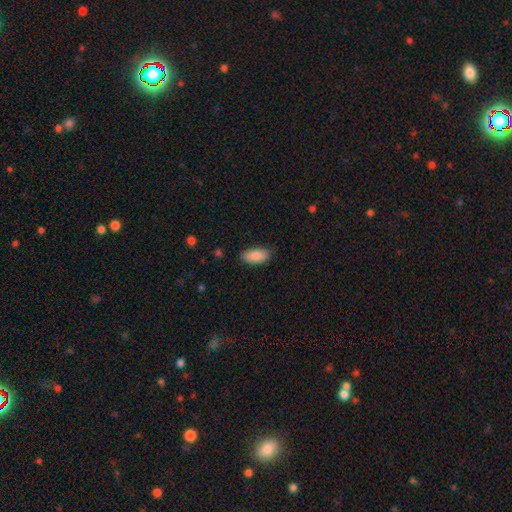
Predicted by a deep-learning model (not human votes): Smooth or featured? Predicted: smooth (p=0.89). How rounded? Predicted: in between (p=0.90). Merging? Predicted: none (p=0.85).